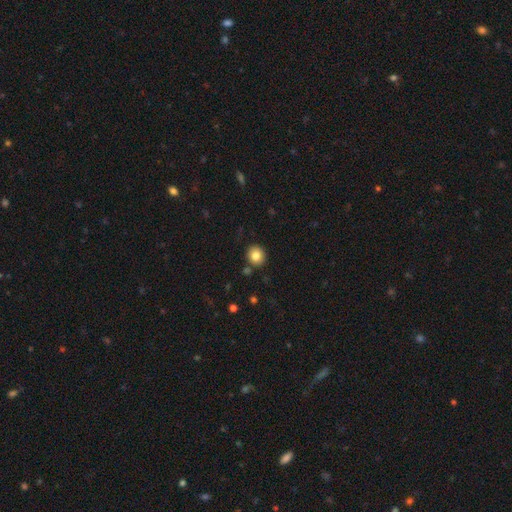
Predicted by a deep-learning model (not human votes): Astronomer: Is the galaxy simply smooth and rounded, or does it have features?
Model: smooth — 82%.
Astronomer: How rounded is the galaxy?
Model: round — 84%.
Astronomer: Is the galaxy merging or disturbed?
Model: none — 86%.